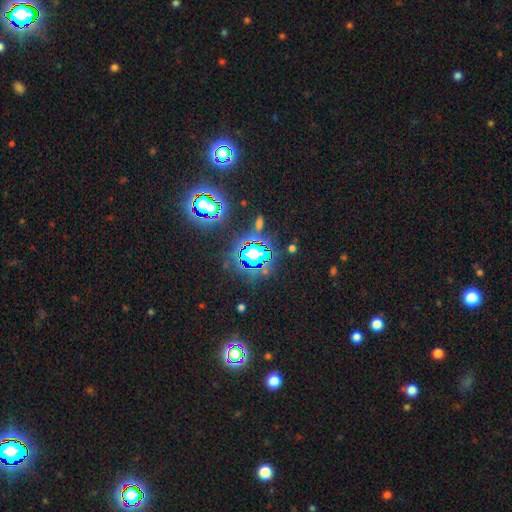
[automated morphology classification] Smooth or featured? Predicted: star or artifact (p=0.70).